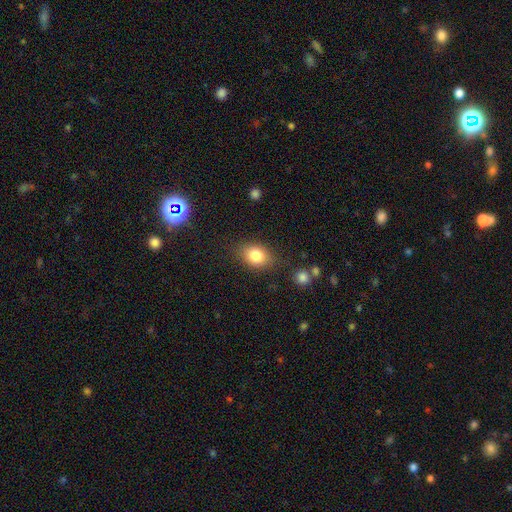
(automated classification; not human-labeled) Morphology: type=smooth (82%); roundness=in between (64%); merging=none (79%).